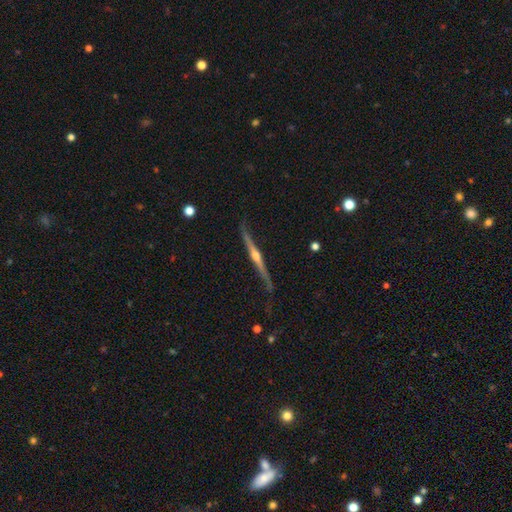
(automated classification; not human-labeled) featured or disk 84%, smooth 11%, star or artifact 5%. Down the decision tree: edge-on disk — yes (98%); edge-on bulge — rounded (91%); merging — none (75%).